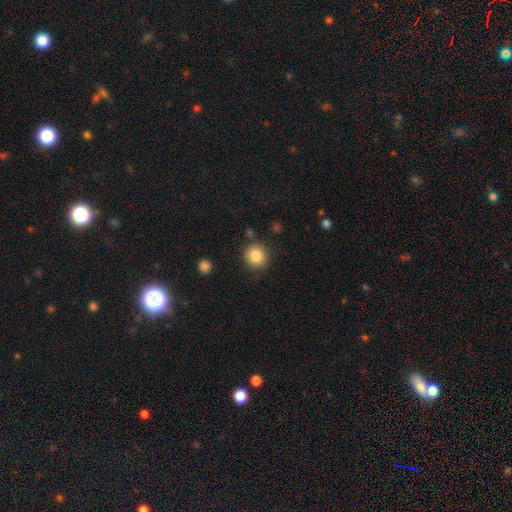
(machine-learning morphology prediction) A smooth galaxy with no disk features (85%) that is round (89%).

Vote fractions:
- Smooth or featured? smooth: 85% / star or artifact: 10% / featured or disk: 6%
- How rounded? round: 89% / in between: 10% / cigar-shaped: 1%
- Merging? none: 87% / minor disturbance: 8% / merger: 3% / major disturbance: 3%